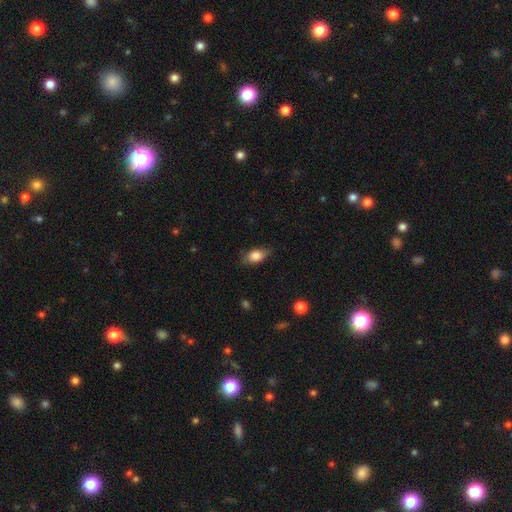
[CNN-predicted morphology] smooth 79%, featured or disk 14%, star or artifact 7%. Down the decision tree: how rounded — in between (84%); merging — none (74%).